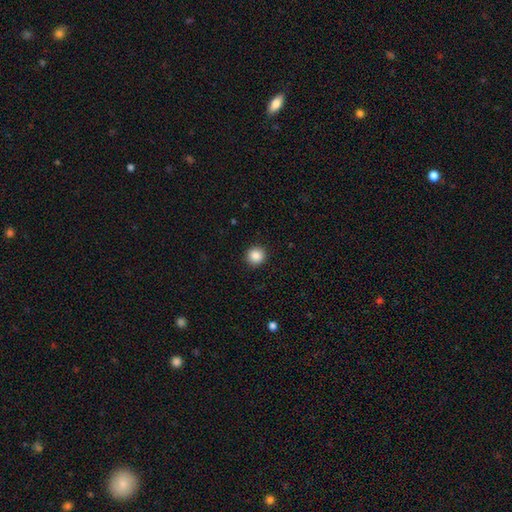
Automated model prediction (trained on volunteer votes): Smooth or featured?
  - smooth: 88% *
  - star or artifact: 9%
  - featured or disk: 3%
How rounded?
  - round: 93% *
  - in between: 6%
  - cigar-shaped: 1%
Merging?
  - none: 92% *
  - minor disturbance: 5%
  - major disturbance: 2%
  - merger: 1%